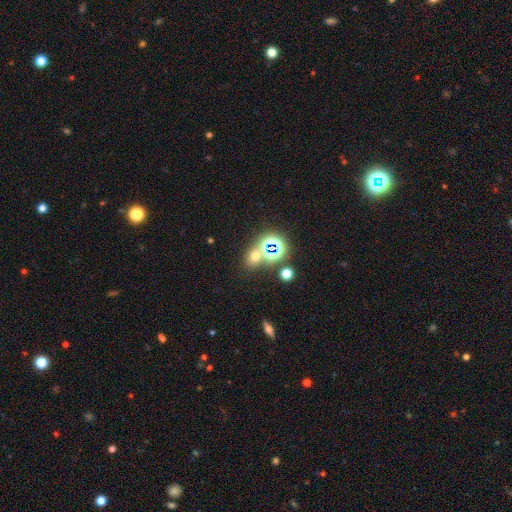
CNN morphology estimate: Q: Smooth or featured?
A: smooth (51%); runner-up: star or artifact (40%)
Q: How rounded?
A: round (62%); runner-up: in between (36%)
Q: Merging?
A: none (66%); runner-up: merger (21%)